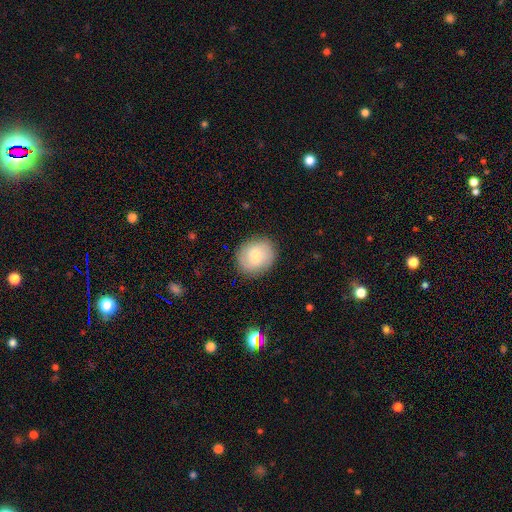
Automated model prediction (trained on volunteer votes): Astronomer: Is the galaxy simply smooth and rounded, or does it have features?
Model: smooth — 70%.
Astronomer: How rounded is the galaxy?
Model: round — 76%.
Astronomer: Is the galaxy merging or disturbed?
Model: none — 88%.